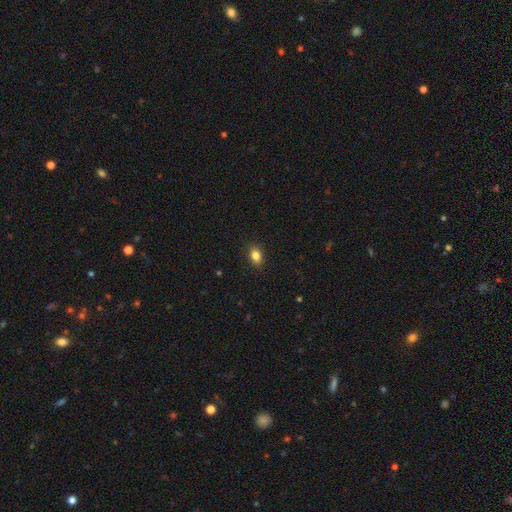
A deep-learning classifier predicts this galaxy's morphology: A smooth galaxy with no disk features (84%) that is in between round and cigar-shaped (78%).

Vote fractions:
- Smooth or featured? smooth: 84% / star or artifact: 10% / featured or disk: 6%
- How rounded? in between: 78% / round: 21% / cigar-shaped: 2%
- Merging? none: 89% / minor disturbance: 8% / major disturbance: 2% / merger: 1%